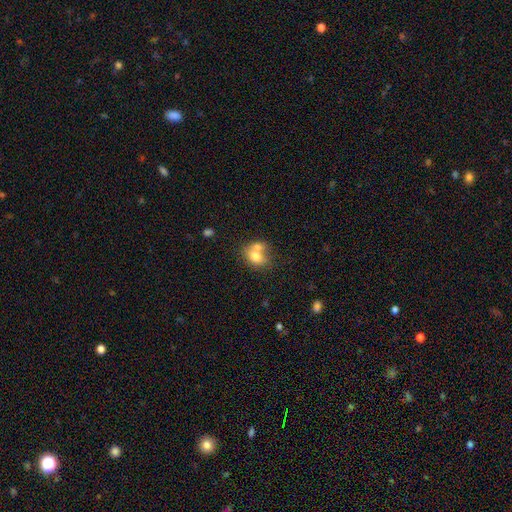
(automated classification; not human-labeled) Smooth or featured: smooth — 71% (featured or disk — 20%)
How rounded: in between — 52% (round — 47%)
Merging: merger — 55% (none — 31%)